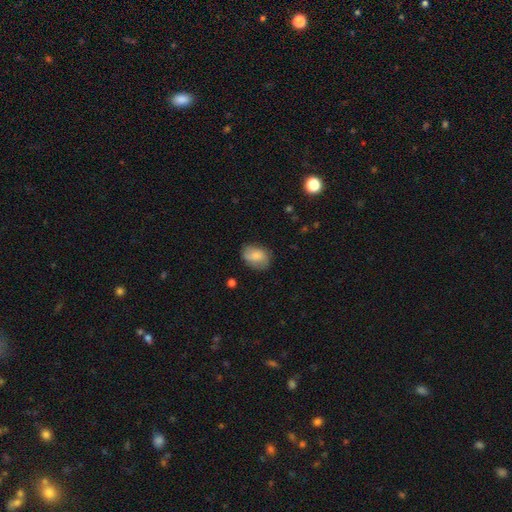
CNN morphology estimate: A smooth galaxy with no disk features (78%) that is in between round and cigar-shaped (80%).

Vote fractions:
- Smooth or featured? smooth: 78% / featured or disk: 15% / star or artifact: 7%
- How rounded? in between: 80% / round: 19% / cigar-shaped: 1%
- Merging? none: 73% / minor disturbance: 21% / major disturbance: 5% / merger: 1%